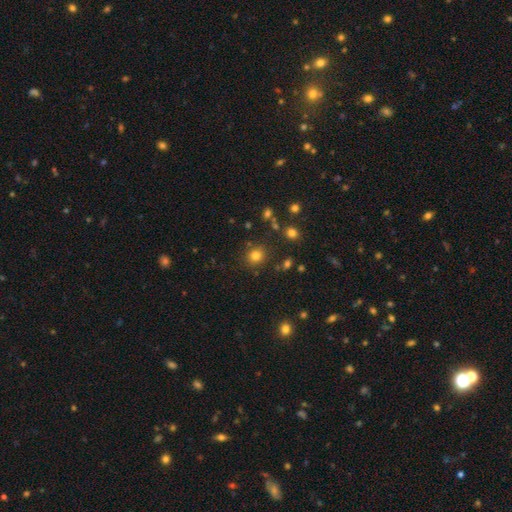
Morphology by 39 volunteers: Smooth or featured?
  - smooth: 85% *
  - star or artifact: 10%
  - featured or disk: 5%
How rounded?
  - round: 79% *
  - in between: 21%
  - cigar-shaped: 0%
Merging?
  - none: 86% *
  - minor disturbance: 9%
  - merger: 6%
  - major disturbance: 0%